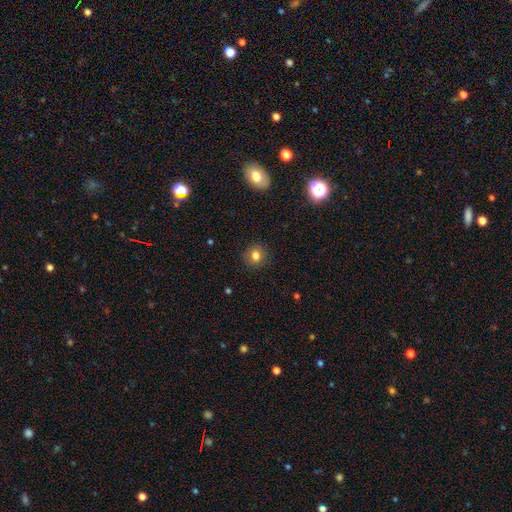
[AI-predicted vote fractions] Morphology: type=smooth (80%); roundness=round (87%); merging=none (90%).